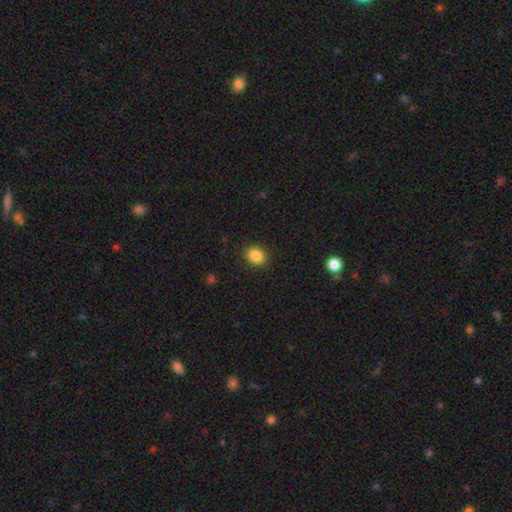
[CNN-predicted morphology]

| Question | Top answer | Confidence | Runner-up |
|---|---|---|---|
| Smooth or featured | smooth | 86% | star or artifact (10%) |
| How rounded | round | 60% | in between (39%) |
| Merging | none | 88% | minor disturbance (8%) |